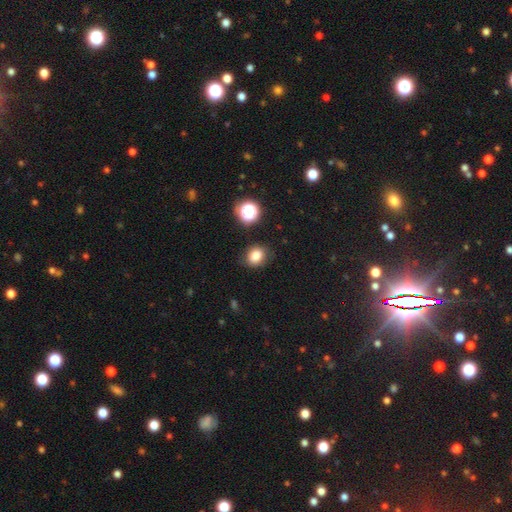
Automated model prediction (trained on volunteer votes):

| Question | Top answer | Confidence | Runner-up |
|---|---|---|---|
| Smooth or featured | smooth | 81% | star or artifact (13%) |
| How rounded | round | 59% | in between (40%) |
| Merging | none | 81% | minor disturbance (13%) |